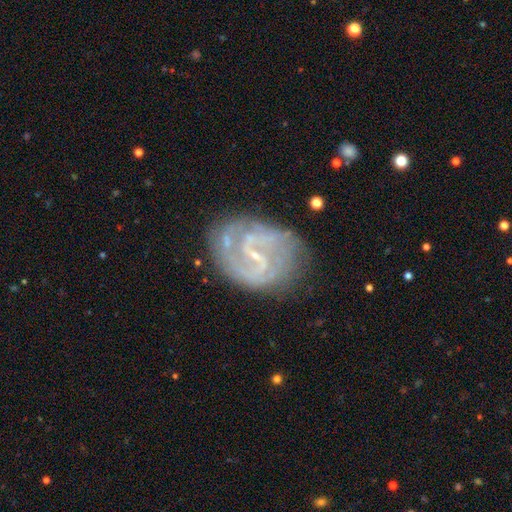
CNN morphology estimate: A featured or disk galaxy (85%) with a weak bar (52%), 2 (63%) medium (47%) spiral arms (91%) and a small central bulge (75%). Merging: none (64%).